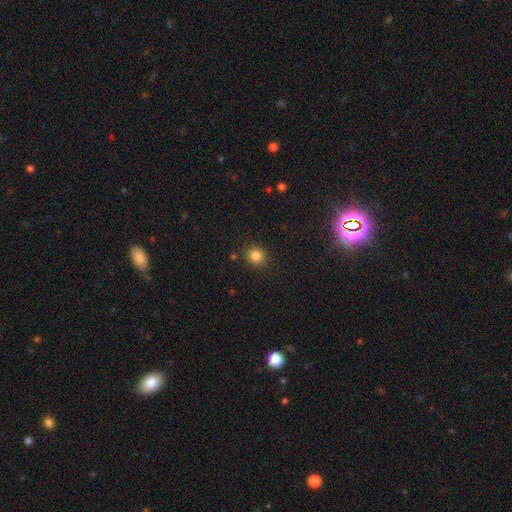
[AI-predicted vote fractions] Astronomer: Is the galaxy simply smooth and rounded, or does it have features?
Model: smooth — 84%.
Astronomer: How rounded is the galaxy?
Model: round — 82%.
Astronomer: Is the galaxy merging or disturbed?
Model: none — 88%.